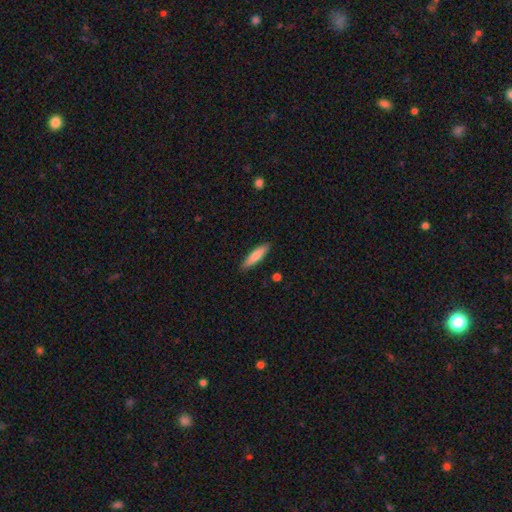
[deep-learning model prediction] A smooth galaxy with no disk features (77%) that is cigar-shaped (76%).

Vote fractions:
- Smooth or featured? smooth: 77% / featured or disk: 17% / star or artifact: 6%
- How rounded? cigar-shaped: 76% / in between: 23% / round: 1%
- Merging? none: 88% / minor disturbance: 9% / major disturbance: 2% / merger: 1%